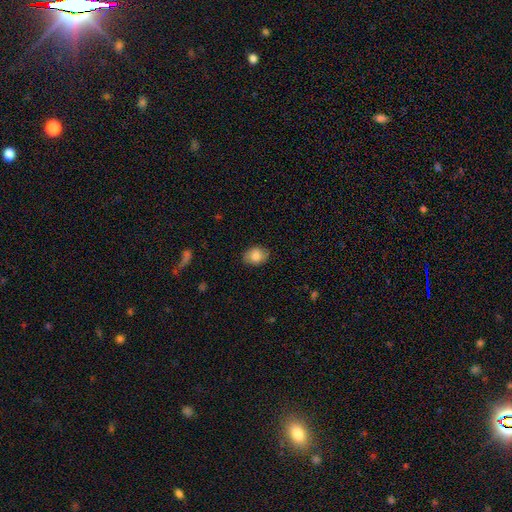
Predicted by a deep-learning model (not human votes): Smooth or featured: smooth — 84% (featured or disk — 8%)
How rounded: in between — 60% (round — 38%)
Merging: none — 83% (minor disturbance — 13%)